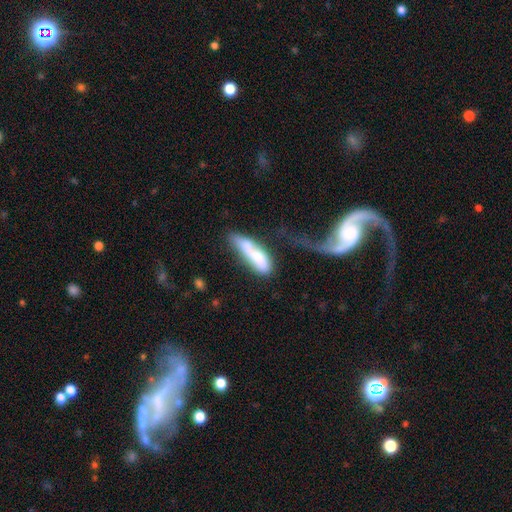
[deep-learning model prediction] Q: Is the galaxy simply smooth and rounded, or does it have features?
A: smooth — 62%.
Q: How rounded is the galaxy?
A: cigar-shaped — 50%.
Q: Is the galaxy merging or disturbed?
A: merger — 38%.